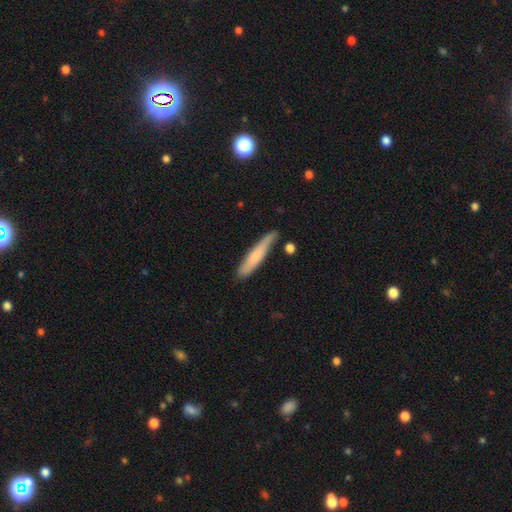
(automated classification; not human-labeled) Smooth or featured? Predicted: smooth (p=0.65). How rounded? Predicted: cigar-shaped (p=0.89). Merging? Predicted: none (p=0.69).